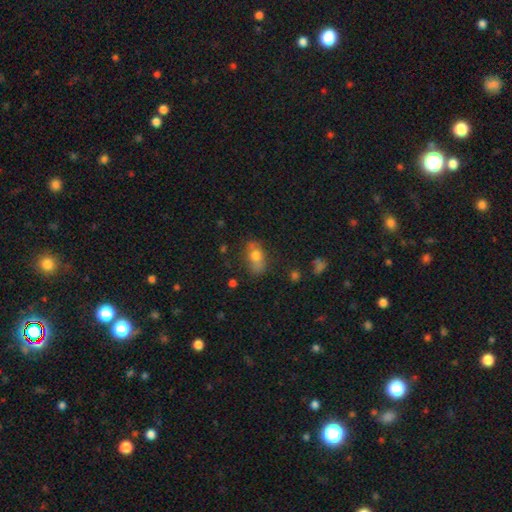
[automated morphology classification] A smooth galaxy with no disk features (69%) that is in between round and cigar-shaped (80%). Merging: none (64%).